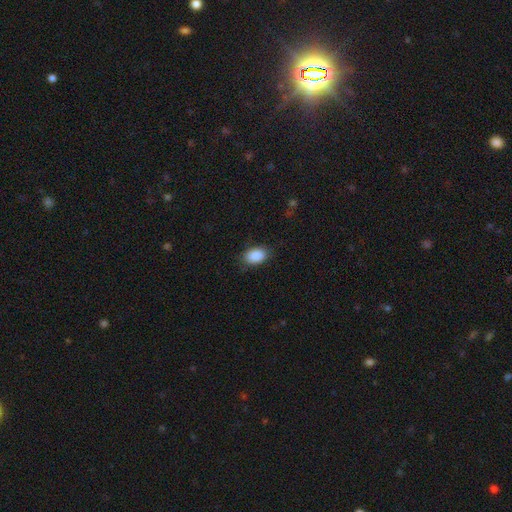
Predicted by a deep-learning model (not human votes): Smooth or featured: smooth — 89% (star or artifact — 7%)
How rounded: in between — 90% (round — 9%)
Merging: none — 82% (minor disturbance — 13%)